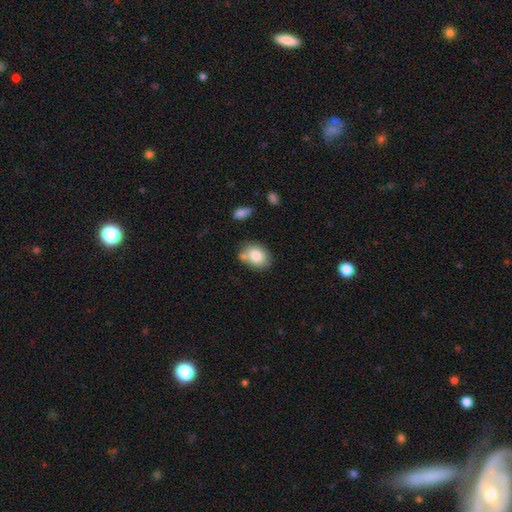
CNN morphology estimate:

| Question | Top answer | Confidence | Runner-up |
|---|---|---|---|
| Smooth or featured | smooth | 81% | featured or disk (11%) |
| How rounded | in between | 66% | round (33%) |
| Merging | none | 65% | minor disturbance (16%) |